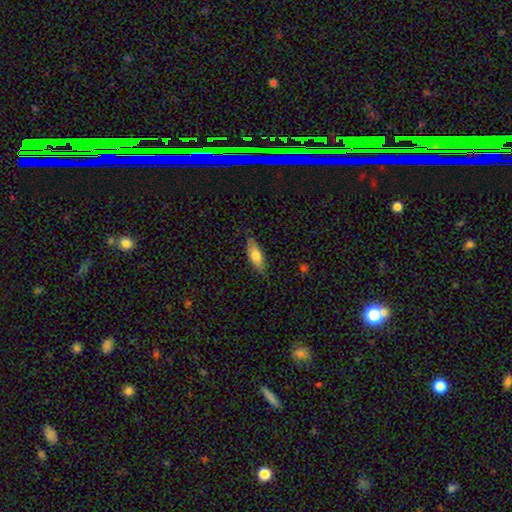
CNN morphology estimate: smooth_or_featured: smooth (p=0.72) [alt: featured or disk p=0.22]
how_rounded: in between (p=0.59) [alt: cigar-shaped p=0.39]
merging: none (p=0.82) [alt: minor disturbance p=0.14]